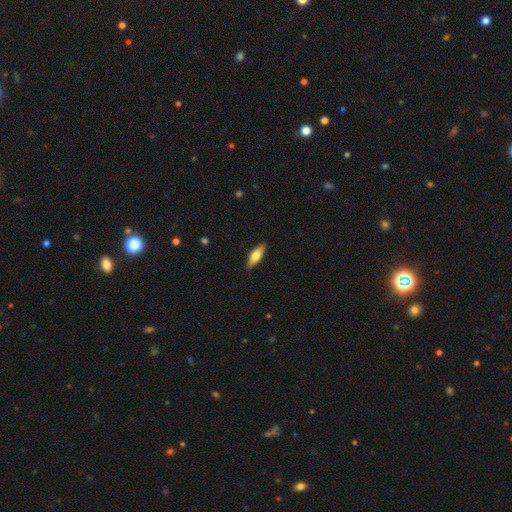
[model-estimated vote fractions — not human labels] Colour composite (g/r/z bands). It shows a smooth galaxy with no disk features (63%) that is in between round and cigar-shaped (57%). Merging: none (89%).